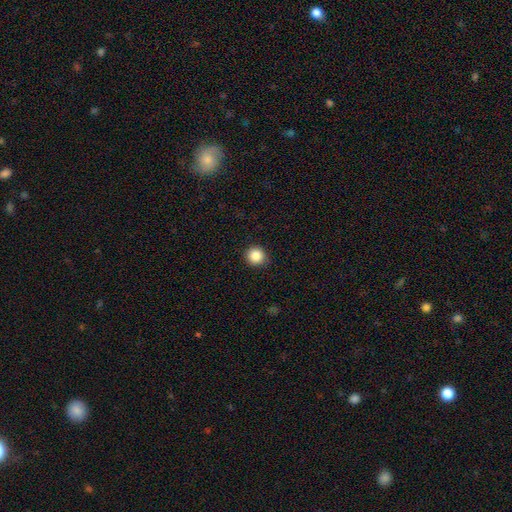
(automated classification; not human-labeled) smooth 87%, star or artifact 9%, featured or disk 3%. Down the decision tree: how rounded — round (94%); merging — none (90%).